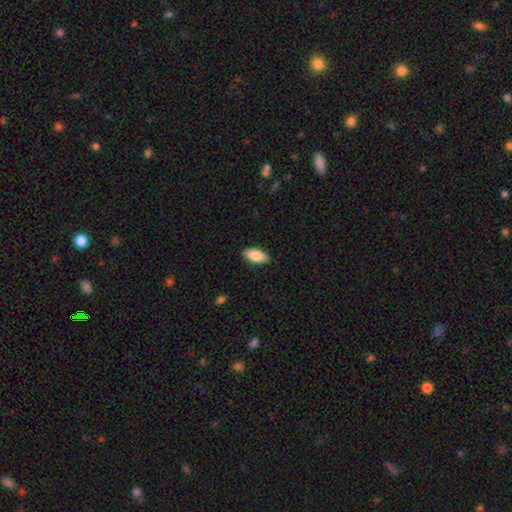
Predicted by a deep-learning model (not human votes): Morphology: type=smooth (83%); roundness=in between (91%); merging=none (89%).